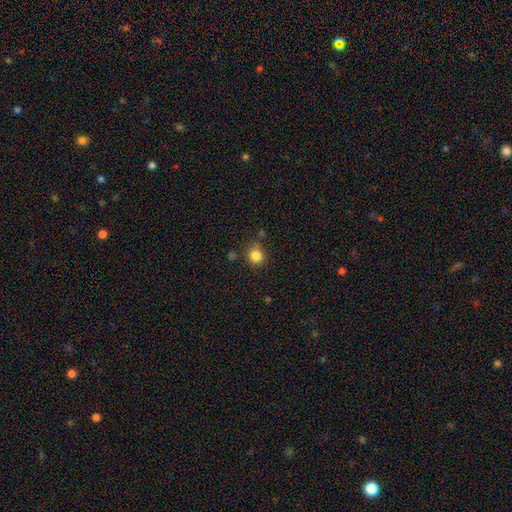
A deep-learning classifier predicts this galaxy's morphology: smooth-or-featured: smooth: 84% | star or artifact: 11% | featured or disk: 5%
  how-rounded: round: 87% | in between: 12% | cigar-shaped: 1%
  merging: none: 77% | minor disturbance: 14% | merger: 5% | major disturbance: 4%